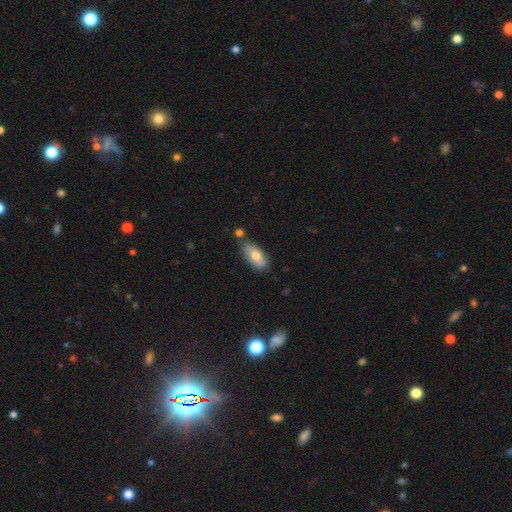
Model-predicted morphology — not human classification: The model was most divided on "smooth or featured": smooth: 71%, featured or disk: 22%, star or artifact: 6%. More confident: how rounded — in between (88%); merging — none (70%).